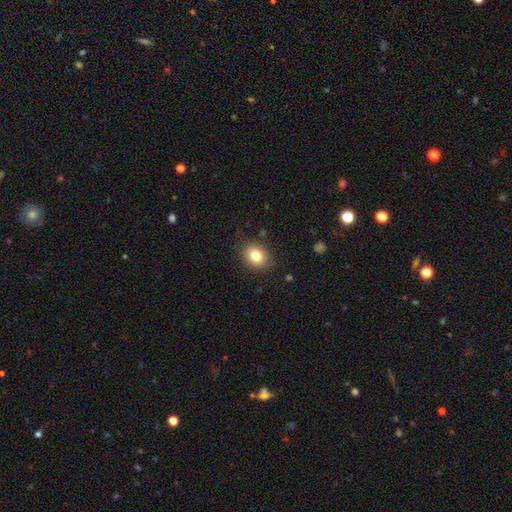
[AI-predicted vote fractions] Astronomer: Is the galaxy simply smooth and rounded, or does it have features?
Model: smooth — 80%.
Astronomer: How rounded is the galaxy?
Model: round — 59% (runner-up: in between, 40%).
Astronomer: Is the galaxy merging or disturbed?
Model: none — 86%.